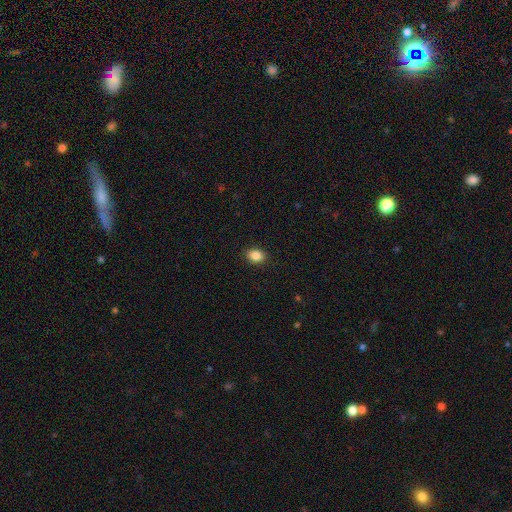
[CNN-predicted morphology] This appears to be a smooth galaxy with no disk features (87%) that is in between round and cigar-shaped (68%). Merging: none (90%).